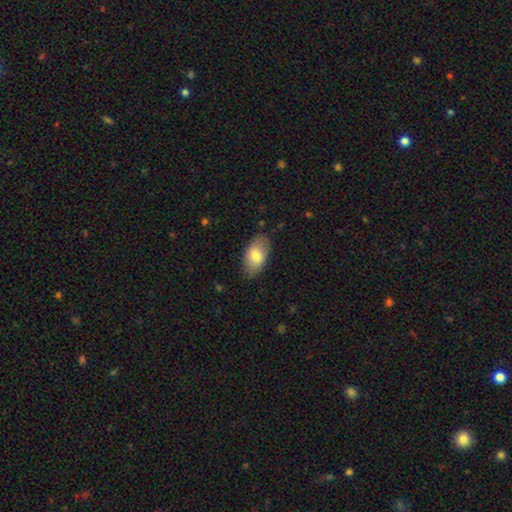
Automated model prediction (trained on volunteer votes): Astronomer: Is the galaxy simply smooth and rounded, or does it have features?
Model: smooth — 74%.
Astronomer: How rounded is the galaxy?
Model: in between — 93%.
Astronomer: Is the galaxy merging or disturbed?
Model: none — 80%.